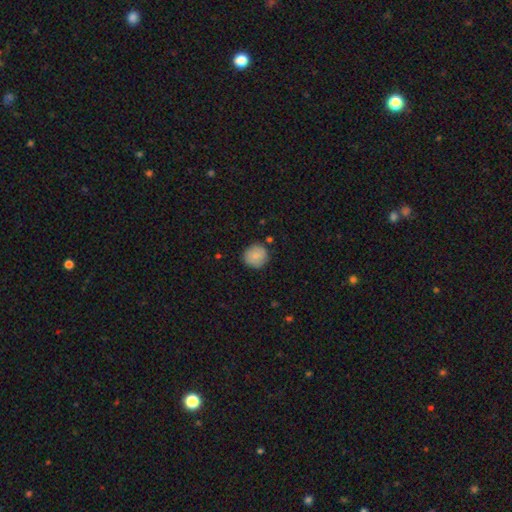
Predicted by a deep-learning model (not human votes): A smooth galaxy with no disk features (82%) that is round (92%).

Vote fractions:
- Smooth or featured? smooth: 82% / featured or disk: 10% / star or artifact: 8%
- How rounded? round: 92% / in between: 7% / cigar-shaped: 1%
- Merging? none: 85% / minor disturbance: 11% / major disturbance: 2% / merger: 2%